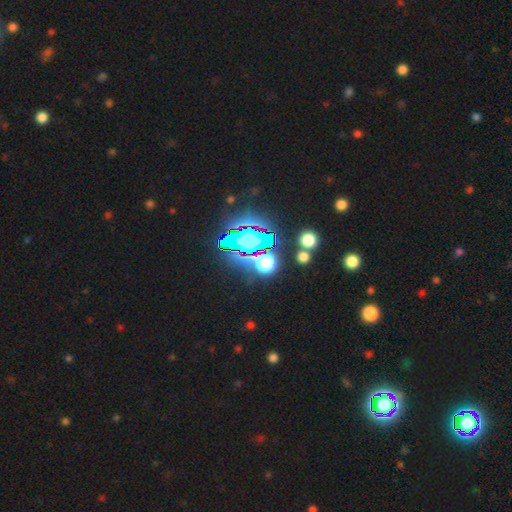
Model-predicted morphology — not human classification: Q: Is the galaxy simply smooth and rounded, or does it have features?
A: star or artifact — 83%.